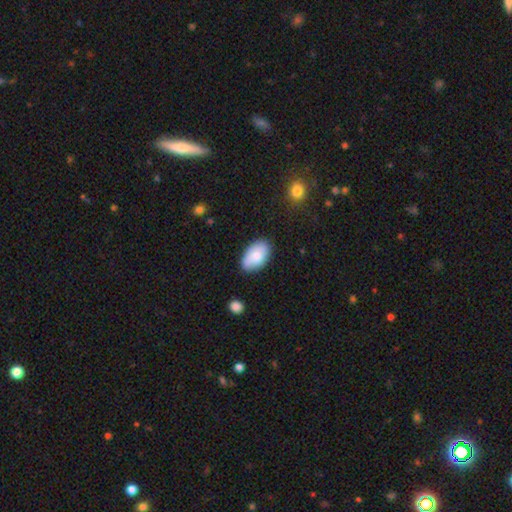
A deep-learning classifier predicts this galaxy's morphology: smooth_or_featured: smooth (p=0.77) [alt: featured or disk p=0.16]
how_rounded: in between (p=0.94) [alt: round p=0.05]
merging: none (p=0.75) [alt: minor disturbance p=0.19]